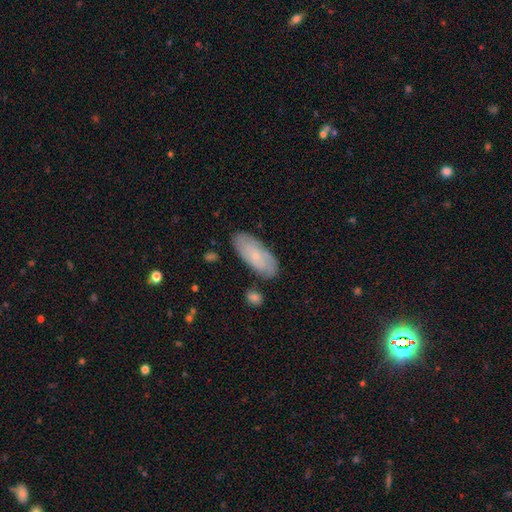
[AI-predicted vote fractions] This appears to be a smooth galaxy with no disk features (47%). Merging: none (79%).